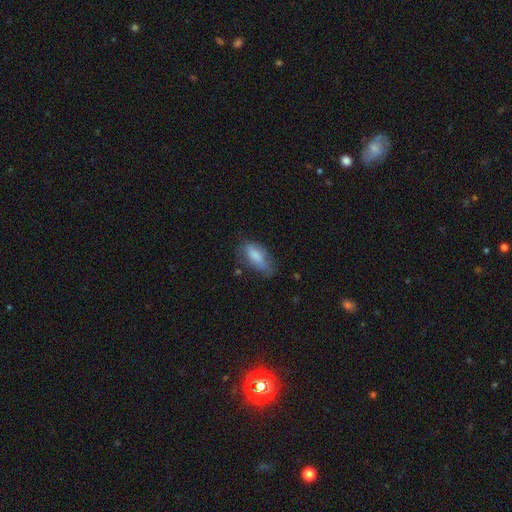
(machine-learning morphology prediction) smooth 76%, featured or disk 17%, star or artifact 8%. Down the decision tree: how rounded — in between (77%); merging — none (52%).